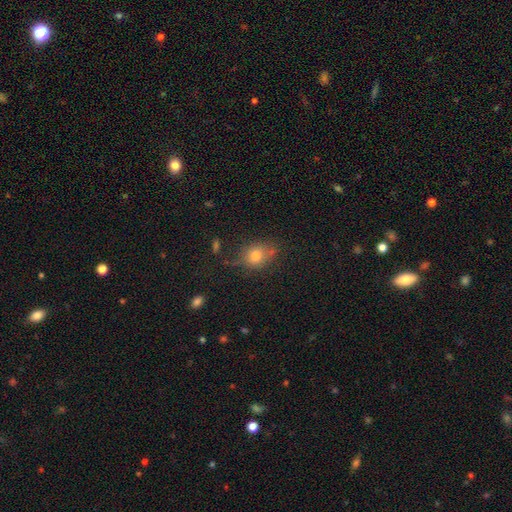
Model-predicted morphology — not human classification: Smooth or featured? Predicted: smooth (p=0.74). How rounded? Predicted: round (p=0.51). Merging? Predicted: none (p=0.64).